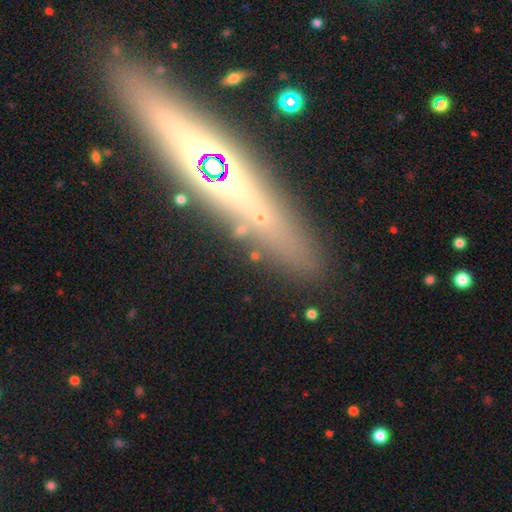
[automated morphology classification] This appears to be a star or artifact, not a galaxy (38%).